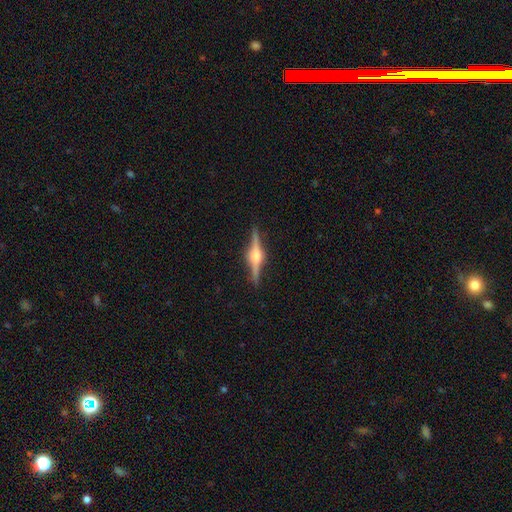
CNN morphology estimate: Smooth or featured? featured or disk (86%)
Edge-on disk? yes (98%)
Edge-on bulge? rounded (93%)
Merging? none (90%)